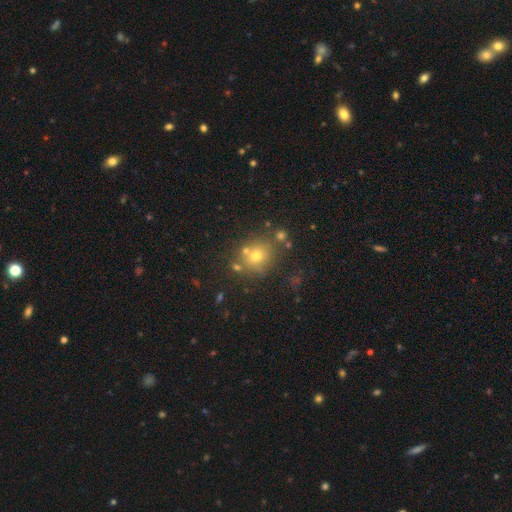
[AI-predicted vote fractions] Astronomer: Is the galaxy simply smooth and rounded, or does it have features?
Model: smooth — 64%.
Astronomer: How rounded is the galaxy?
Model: round — 78%.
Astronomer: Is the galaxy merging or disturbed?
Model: none — 68%.